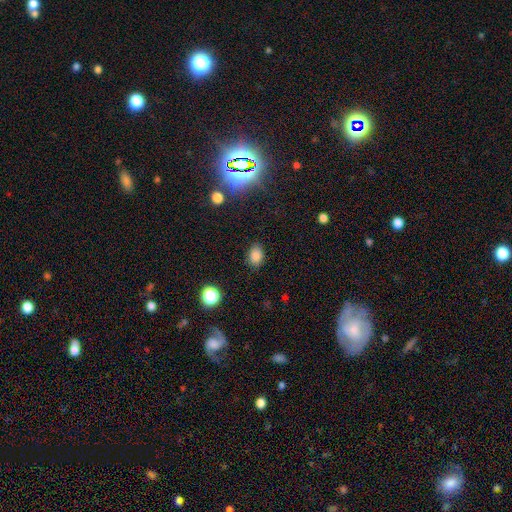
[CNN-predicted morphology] Smooth or featured? smooth (82%)
How rounded? in between (74%)
Merging? none (84%)